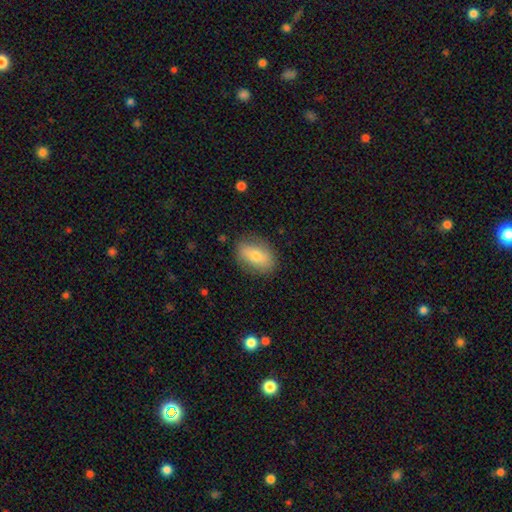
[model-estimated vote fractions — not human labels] A smooth galaxy with no disk features (70%) that is in between round and cigar-shaped (83%).

Vote fractions:
- Smooth or featured? smooth: 70% / featured or disk: 23% / star or artifact: 7%
- How rounded? in between: 83% / round: 14% / cigar-shaped: 3%
- Merging? none: 83% / minor disturbance: 12% / major disturbance: 3% / merger: 1%